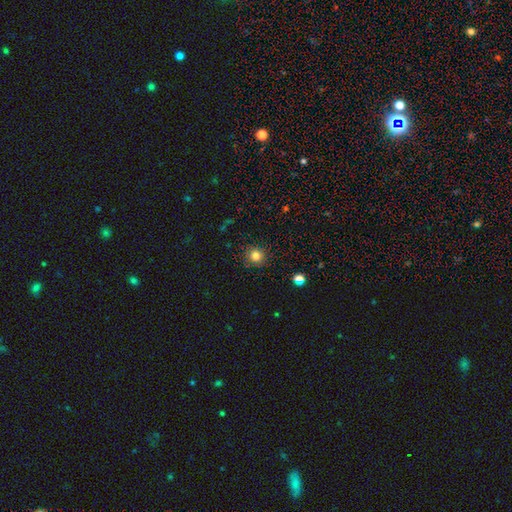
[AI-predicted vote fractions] Smooth or featured?
  - smooth: 80% *
  - star or artifact: 14%
  - featured or disk: 6%
How rounded?
  - round: 92% *
  - in between: 8%
  - cigar-shaped: 1%
Merging?
  - none: 89% *
  - minor disturbance: 7%
  - major disturbance: 2%
  - merger: 1%